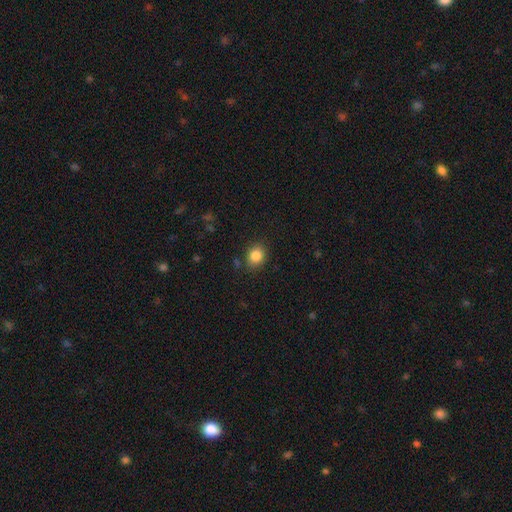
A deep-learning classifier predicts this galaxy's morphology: Smooth or featured: smooth — 85% (star or artifact — 10%)
How rounded: round — 56% (in between — 43%)
Merging: none — 85% (minor disturbance — 10%)